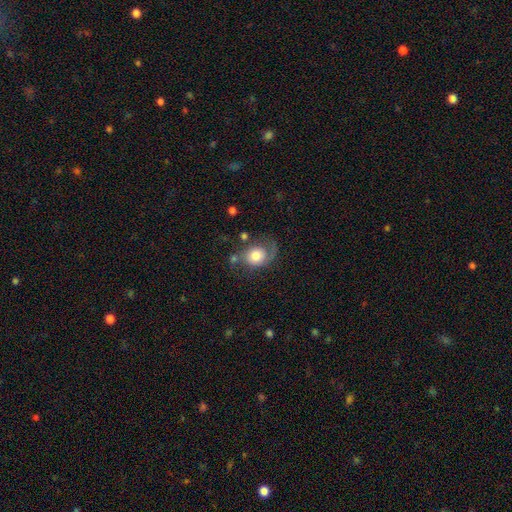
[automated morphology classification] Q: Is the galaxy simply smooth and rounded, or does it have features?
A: smooth — 53%.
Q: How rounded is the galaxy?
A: round — 60%.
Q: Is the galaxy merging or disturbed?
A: none — 46%.